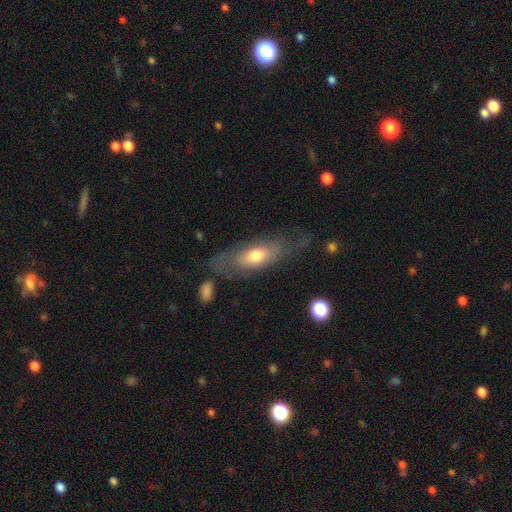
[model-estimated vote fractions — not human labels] smooth 53%, featured or disk 40%, star or artifact 7%. Down the decision tree: how rounded — in between (64%); merging — none (61%).